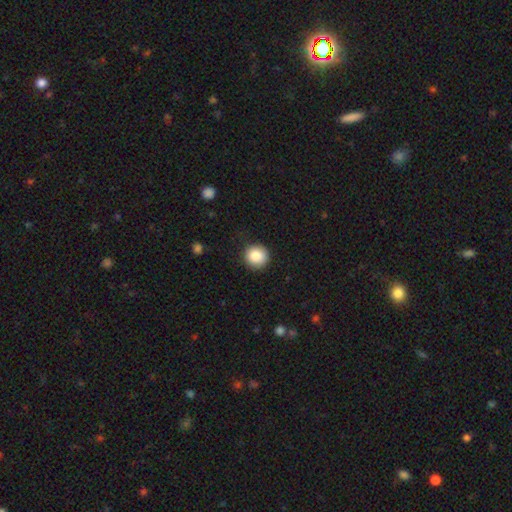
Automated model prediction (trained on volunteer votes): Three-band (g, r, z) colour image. It shows a smooth galaxy with no disk features (86%) that is round (93%). Merging: none (88%).